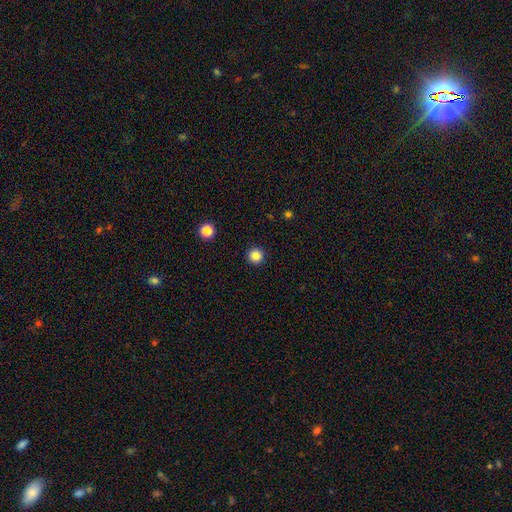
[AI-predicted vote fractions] smooth_or_featured: smooth (p=0.84) [alt: star or artifact p=0.12]
how_rounded: round (p=0.96) [alt: in between p=0.03]
merging: none (p=0.93) [alt: minor disturbance p=0.04]